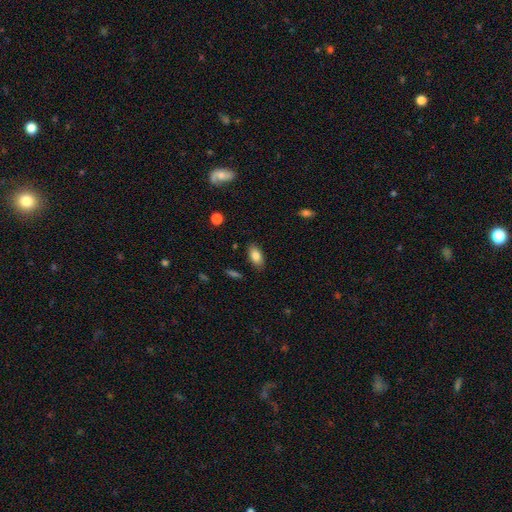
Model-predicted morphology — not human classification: A smooth galaxy with no disk features (84%) that is in between round and cigar-shaped (91%). Merging: none (85%).